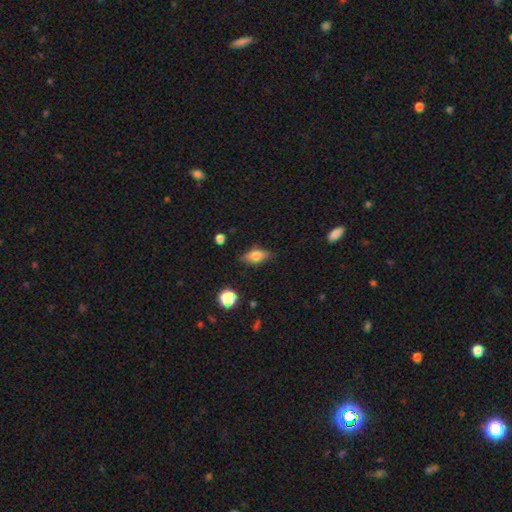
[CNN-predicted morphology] This is possibly a smooth galaxy (59%). How rounded: likely in between (70%). Merging: clearly none (82%).